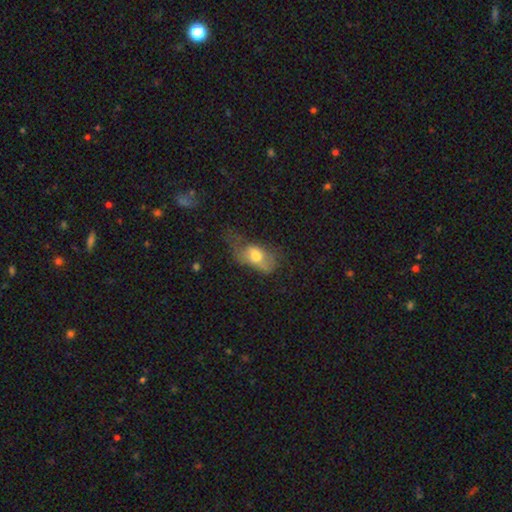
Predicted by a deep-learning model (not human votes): Smooth or featured? smooth (63%)
How rounded? in between (87%)
Merging? major disturbance (41%)